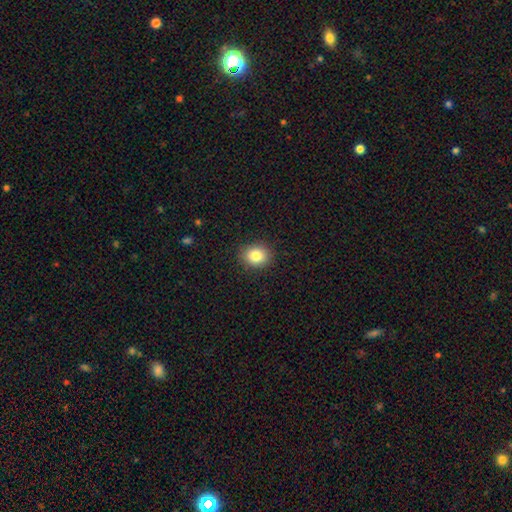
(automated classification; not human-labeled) Smooth or featured? Predicted: smooth (p=0.84). How rounded? Predicted: round (p=0.64). Merging? Predicted: none (p=0.90).